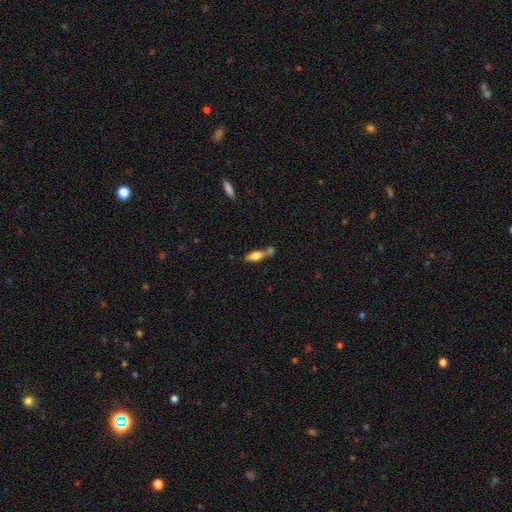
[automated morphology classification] Smooth or featured: smooth — 60% (featured or disk — 32%)
How rounded: in between — 62% (cigar-shaped — 33%)
Merging: none — 47% (merger — 35%)